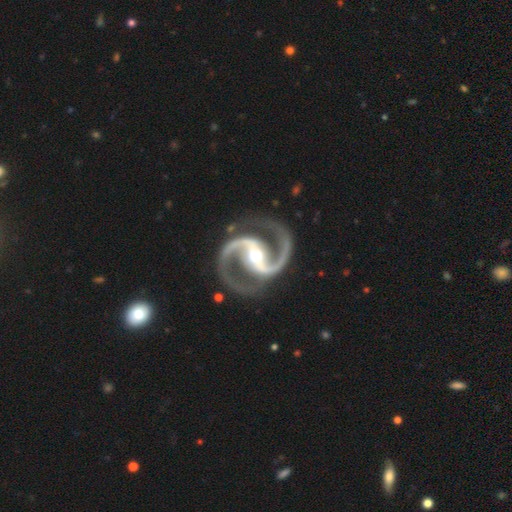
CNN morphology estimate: smooth-or-featured: featured or disk: 95% | star or artifact: 3% | smooth: 2%
  disk-edge-on: no: 98% | yes: 2%
    bar: strong: 57% | weak: 26% | no: 17%
    has-spiral-arms: yes: 99% | no: 1%
      spiral-winding: medium: 71% | tight: 16% | loose: 13%
      spiral-arm-count: 2: 95% | 3: 1% | can't tell: 1% | 1: 1% | 4: 1% | more than 4: 1%
    bulge-size: moderate: 54% | small: 42% | large: 3% | none: 1% | dominant: 1%
  merging: none: 85% | minor disturbance: 10% | major disturbance: 4% | merger: 1%